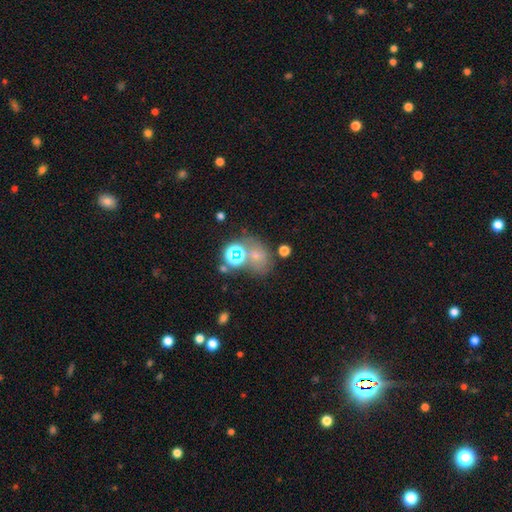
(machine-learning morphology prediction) smooth_or_featured: smooth (p=0.55) [alt: star or artifact p=0.29]
how_rounded: round (p=0.50) [alt: in between p=0.49]
merging: none (p=0.46) [alt: merger p=0.25]